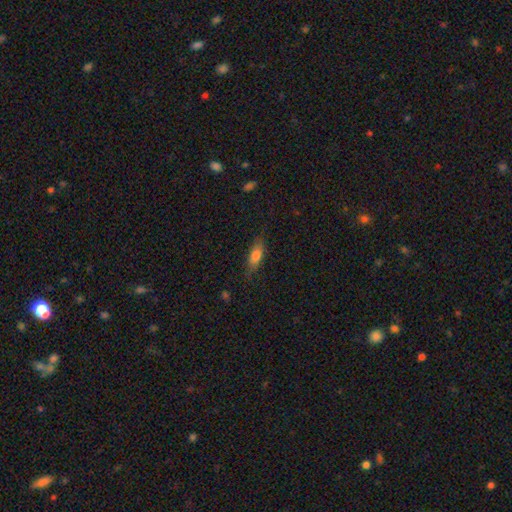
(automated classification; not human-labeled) Overall: smooth (76%). How rounded: in between (62%; cigar-shaped 35%). Merging: none (78%).